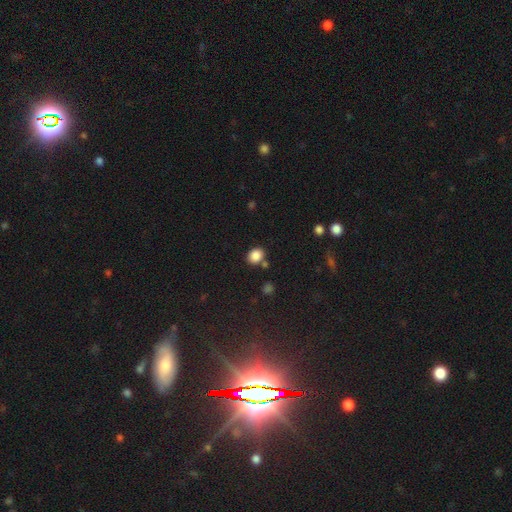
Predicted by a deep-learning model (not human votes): Smooth or featured: smooth — 86% (star or artifact — 10%)
How rounded: in between — 50% (round — 49%)
Merging: none — 73% (minor disturbance — 12%)